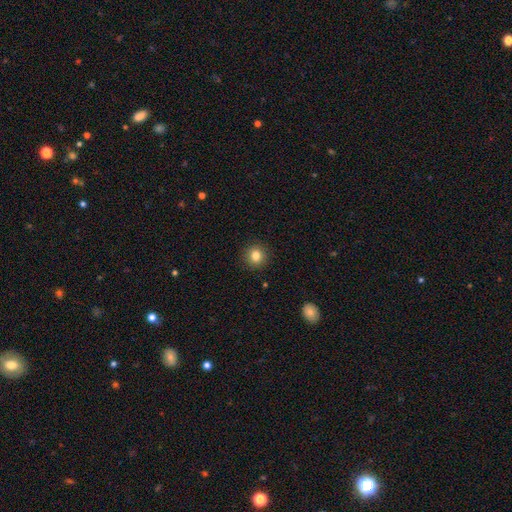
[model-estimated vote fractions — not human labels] A smooth galaxy with no disk features (83%) that is round (90%).

Vote fractions:
- Smooth or featured? smooth: 83% / star or artifact: 11% / featured or disk: 6%
- How rounded? round: 90% / in between: 9% / cigar-shaped: 1%
- Merging? none: 91% / minor disturbance: 6% / major disturbance: 2% / merger: 1%